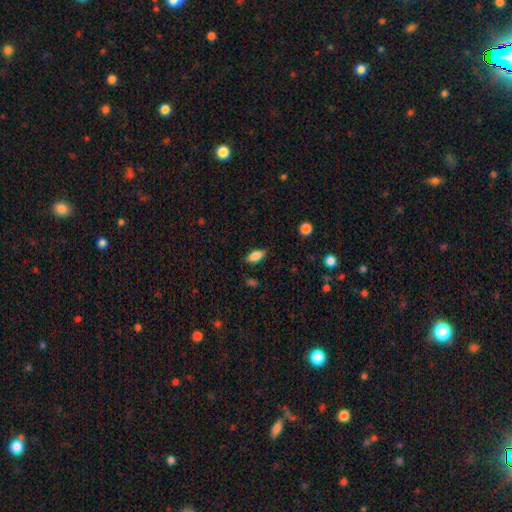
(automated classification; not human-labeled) This is likely a smooth galaxy (79%). How rounded: clearly in between (84%). Merging: clearly none (83%).